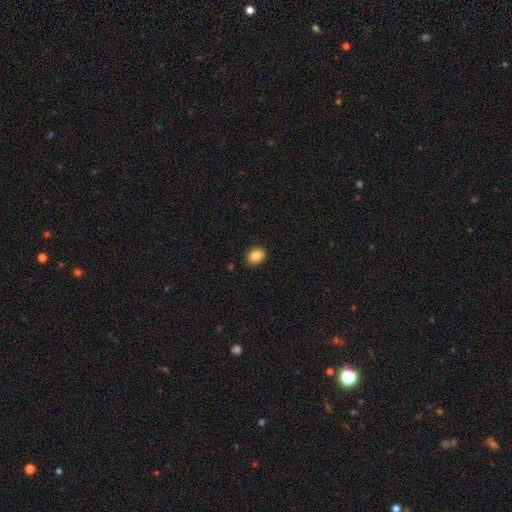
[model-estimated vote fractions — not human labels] smooth 85%, star or artifact 9%, featured or disk 6%. Down the decision tree: how rounded — round (50%); merging — none (90%).